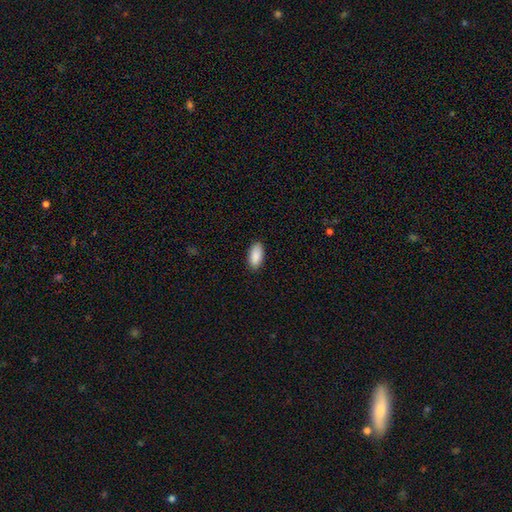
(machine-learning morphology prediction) Smooth or featured?
  - smooth: 90% *
  - star or artifact: 6%
  - featured or disk: 4%
How rounded?
  - in between: 93% *
  - cigar-shaped: 5%
  - round: 2%
Merging?
  - none: 88% *
  - minor disturbance: 9%
  - major disturbance: 2%
  - merger: 1%